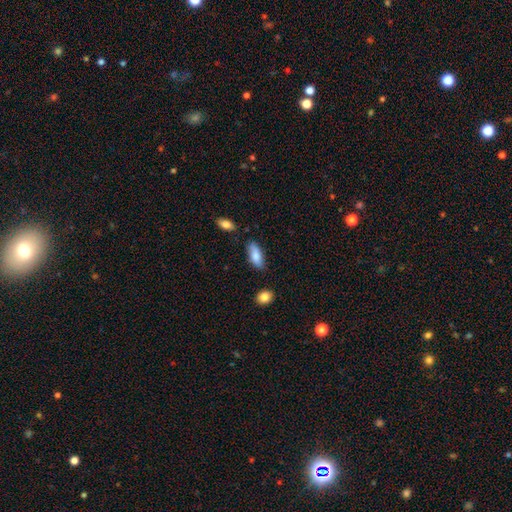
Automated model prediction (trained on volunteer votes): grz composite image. It shows a smooth galaxy with no disk features (81%) that is in between round and cigar-shaped (79%). Merging: none (78%).